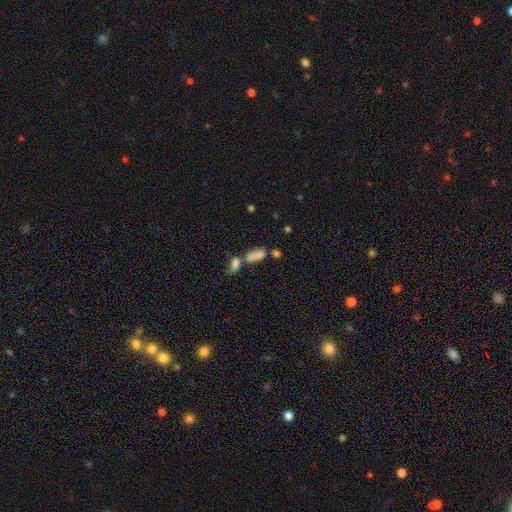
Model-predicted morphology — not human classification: Smooth or featured?
  - smooth: 72% *
  - featured or disk: 17%
  - star or artifact: 11%
How rounded?
  - in between: 81% *
  - cigar-shaped: 12%
  - round: 7%
Merging?
  - merger: 62% *
  - none: 22%
  - minor disturbance: 9%
  - major disturbance: 7%